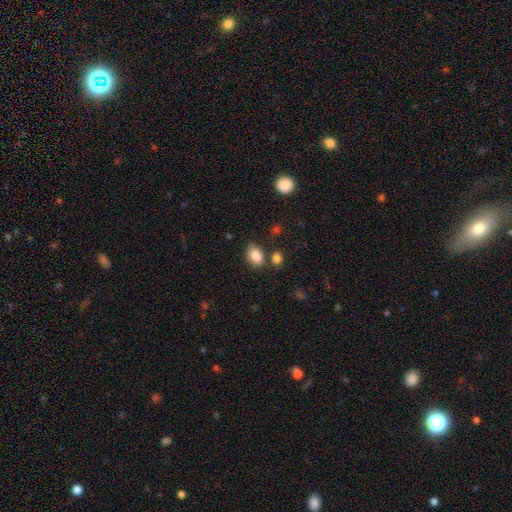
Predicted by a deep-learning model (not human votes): The model was most divided on "merging": none: 76%, minor disturbance: 13%, merger: 8%, major disturbance: 3%. More confident: smooth or featured — smooth (85%); how rounded — in between (84%).